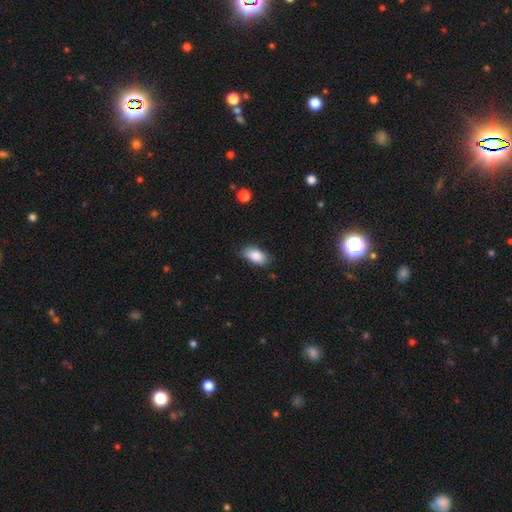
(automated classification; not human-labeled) Smooth or featured? smooth (85%)
How rounded? in between (91%)
Merging? none (76%)